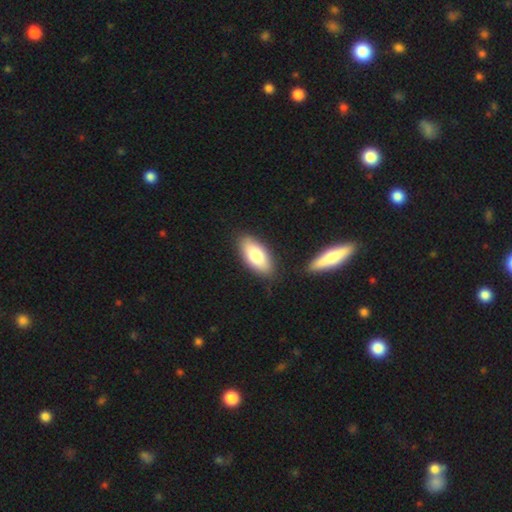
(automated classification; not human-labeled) This appears to be a smooth galaxy with no disk features (78%) that is in between round and cigar-shaped (89%). Merging: none (84%).